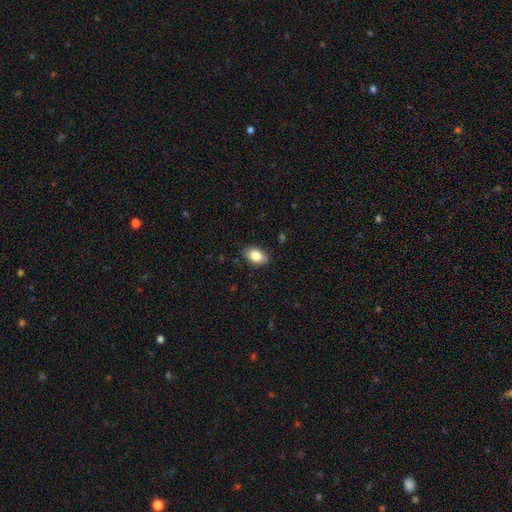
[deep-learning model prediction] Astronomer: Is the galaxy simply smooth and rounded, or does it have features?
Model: smooth — 83%.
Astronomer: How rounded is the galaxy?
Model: in between — 89%.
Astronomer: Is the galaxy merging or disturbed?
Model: none — 87%.